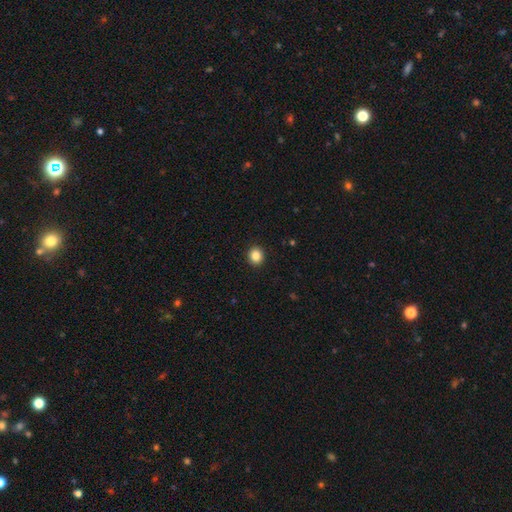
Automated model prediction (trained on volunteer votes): Smooth or featured: smooth — 86% (star or artifact — 10%)
How rounded: round — 86% (in between — 13%)
Merging: none — 93% (minor disturbance — 4%)